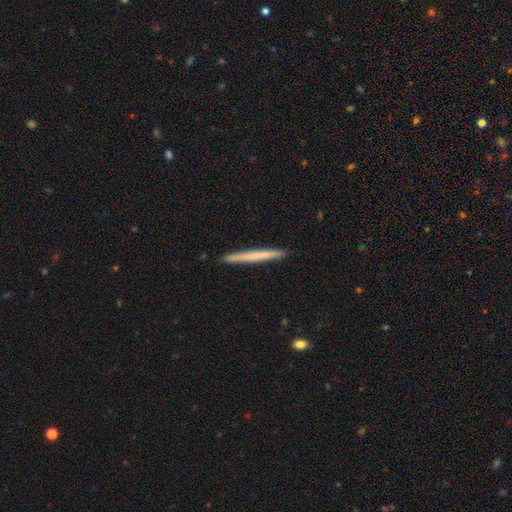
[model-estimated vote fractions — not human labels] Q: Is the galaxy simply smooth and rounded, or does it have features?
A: smooth — 60%.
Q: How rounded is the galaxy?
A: cigar-shaped — 97%.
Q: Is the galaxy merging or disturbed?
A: none — 93%.